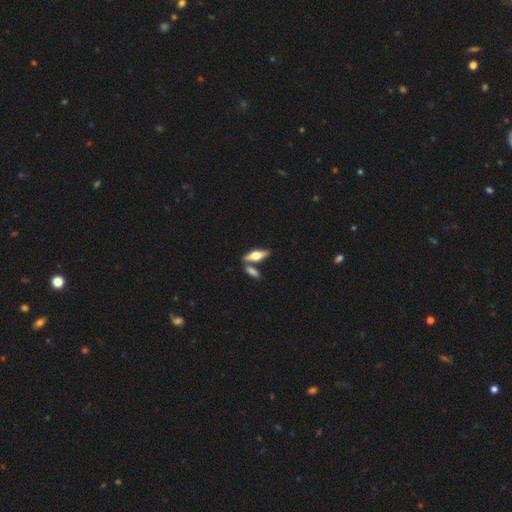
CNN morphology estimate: A smooth galaxy with no disk features (50%) that is in between round and cigar-shaped (59%).

Vote fractions:
- Smooth or featured? smooth: 50% / featured or disk: 44% / star or artifact: 6%
- How rounded? in between: 59% / cigar-shaped: 38% / round: 3%
- Merging? none: 68% / merger: 19% / minor disturbance: 10% / major disturbance: 3%